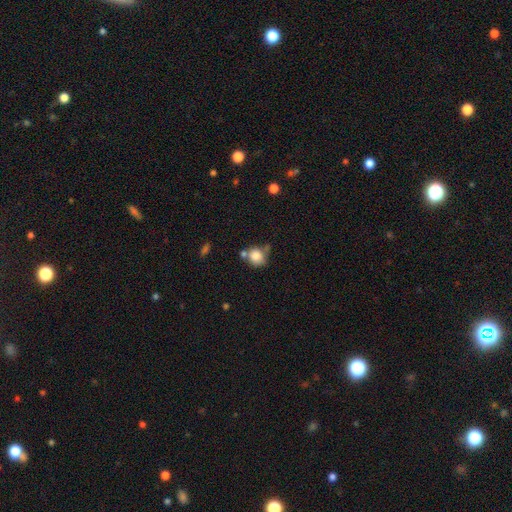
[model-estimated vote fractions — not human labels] A smooth galaxy with no disk features (82%) that is round (81%). Merging: none (50%).